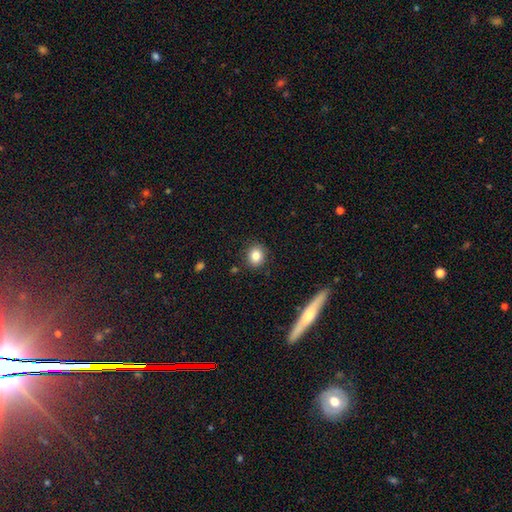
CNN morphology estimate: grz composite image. It shows a smooth galaxy with no disk features (82%) that is round (81%). Merging: none (88%).